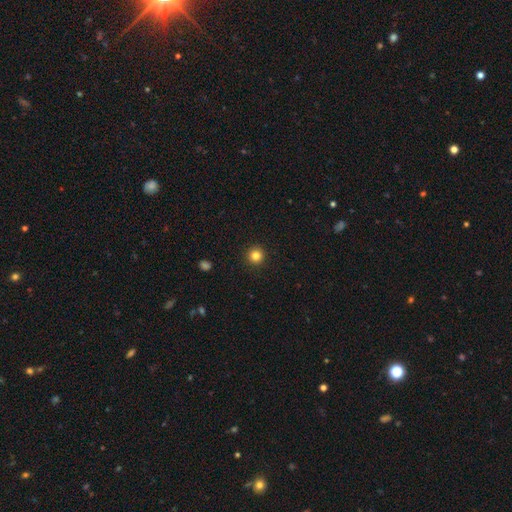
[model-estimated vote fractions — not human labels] smooth_or_featured: smooth (p=0.83) [alt: star or artifact p=0.12]
how_rounded: round (p=0.96) [alt: in between p=0.03]
merging: none (p=0.93) [alt: minor disturbance p=0.04]